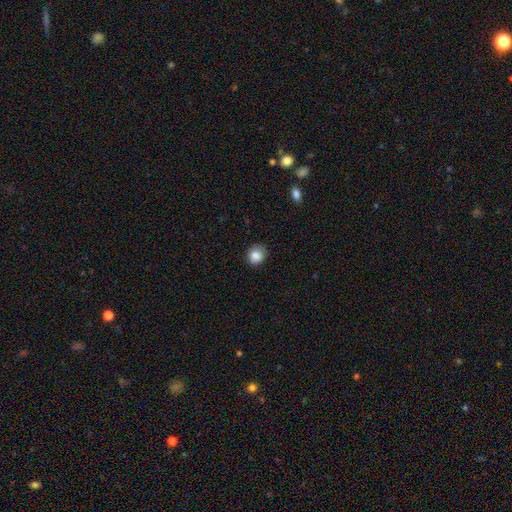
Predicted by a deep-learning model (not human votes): A smooth galaxy with no disk features (86%) that is round (80%). Merging: none (84%).